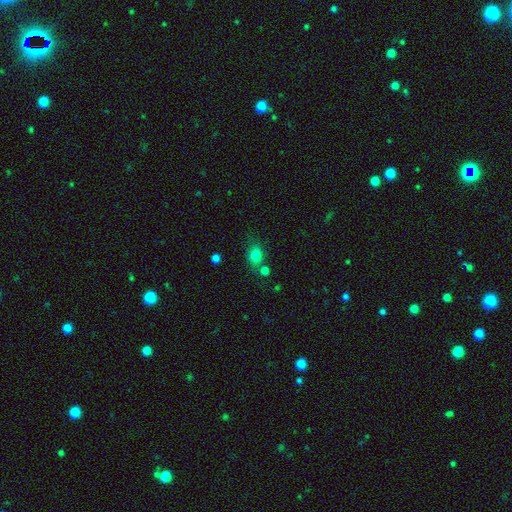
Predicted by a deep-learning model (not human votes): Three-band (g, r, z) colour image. It shows a smooth galaxy with no disk features (80%) that is in between round and cigar-shaped (55%). Merging: none (64%).